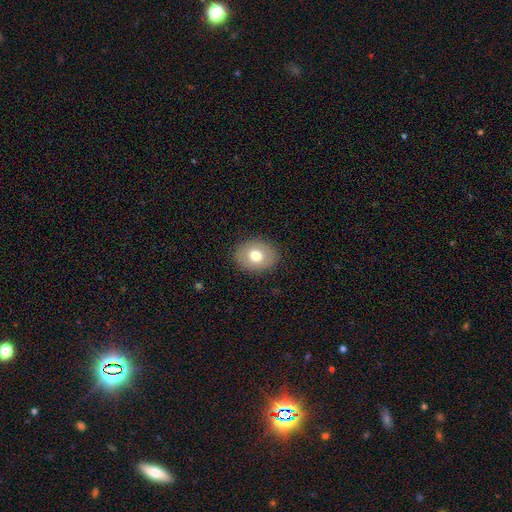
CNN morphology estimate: A smooth galaxy with no disk features (73%) that is in between round and cigar-shaped (53%). Merging: none (88%).